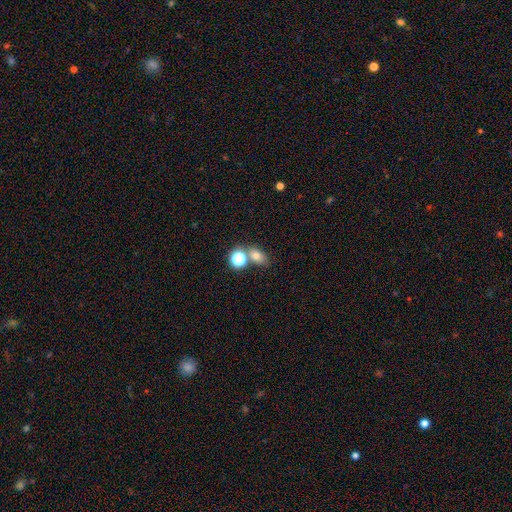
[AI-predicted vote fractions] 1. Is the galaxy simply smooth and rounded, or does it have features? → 73% smooth, 17% star or artifact, 10% featured or disk.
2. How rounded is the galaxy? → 63% in between, 35% round, 2% cigar-shaped.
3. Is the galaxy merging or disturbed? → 58% none, 27% merger, 10% minor disturbance, 4% major disturbance.